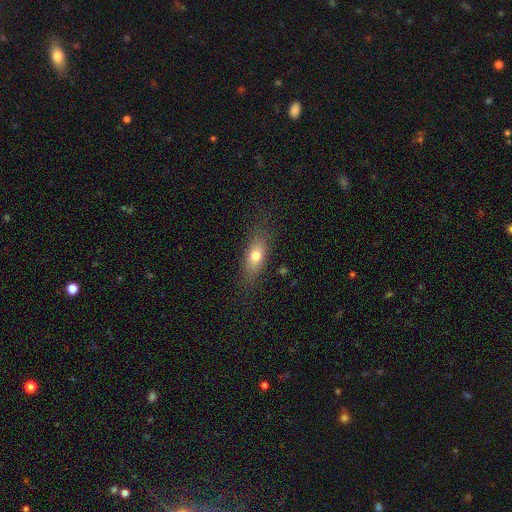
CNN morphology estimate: Q: Smooth or featured?
A: smooth (72%); runner-up: featured or disk (19%)
Q: How rounded?
A: in between (72%); runner-up: cigar-shaped (21%)
Q: Merging?
A: none (79%); runner-up: minor disturbance (15%)